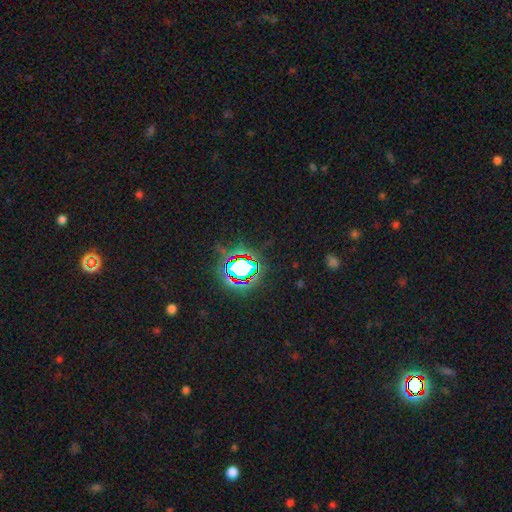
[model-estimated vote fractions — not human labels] This is likely a star or artifact rather than a galaxy (79%).